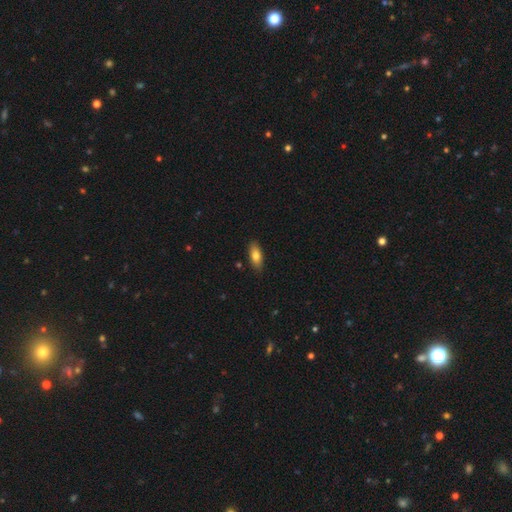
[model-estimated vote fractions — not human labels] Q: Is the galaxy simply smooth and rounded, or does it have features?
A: smooth — 79%.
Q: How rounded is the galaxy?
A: in between — 80%.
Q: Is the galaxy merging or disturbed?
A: none — 86%.